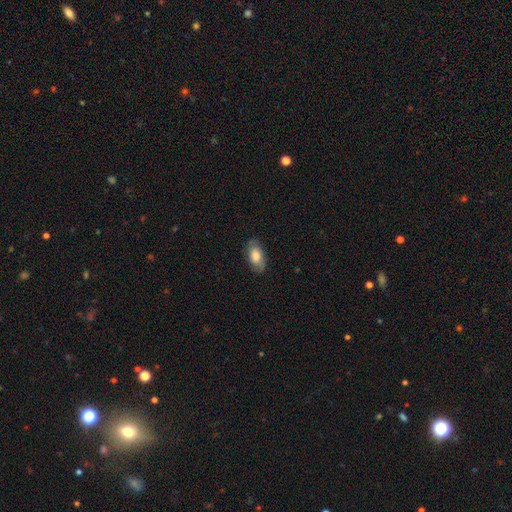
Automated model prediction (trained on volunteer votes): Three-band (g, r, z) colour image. It shows a smooth galaxy with no disk features (66%) that is in between round and cigar-shaped (93%). Merging: none (81%).